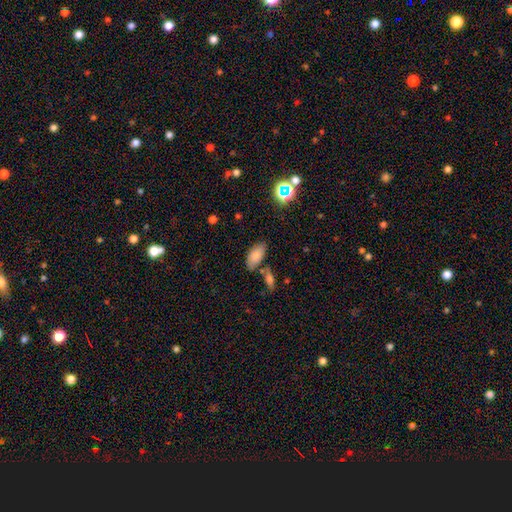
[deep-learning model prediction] smooth-or-featured: smooth: 80% | featured or disk: 10% | star or artifact: 10%
  how-rounded: in between: 91% | cigar-shaped: 5% | round: 3%
  merging: none: 65% | minor disturbance: 15% | merger: 15% | major disturbance: 4%